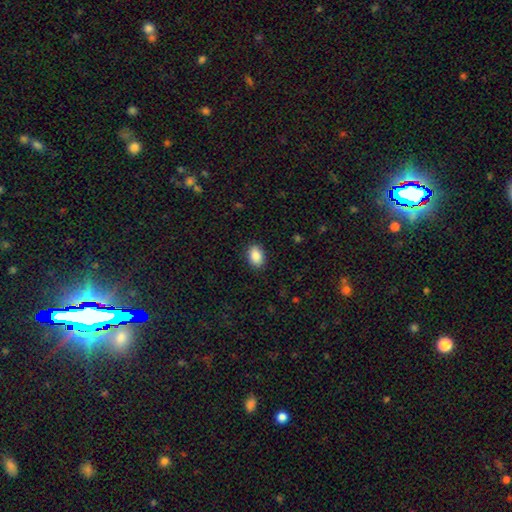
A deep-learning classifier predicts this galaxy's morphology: Overall: smooth (88%). How rounded: in between (87%). Merging: none (89%).